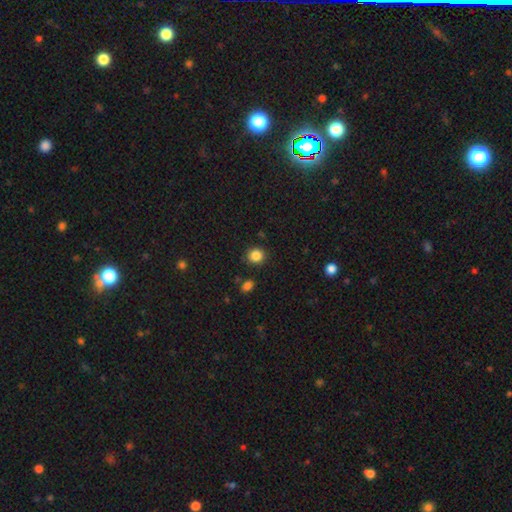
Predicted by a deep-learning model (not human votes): This is clearly a smooth galaxy (85%). How rounded: clearly round (84%). Merging: clearly none (87%).